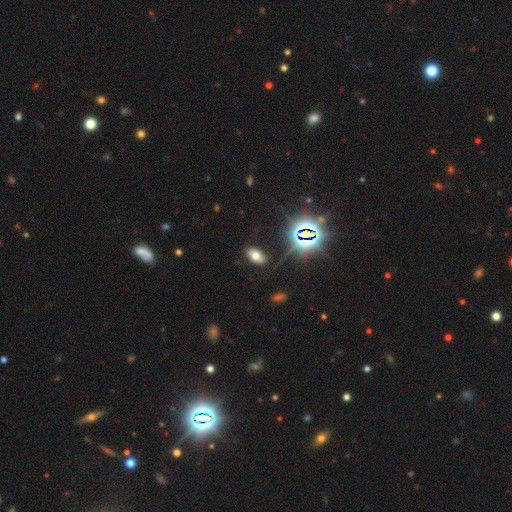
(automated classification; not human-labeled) The model was most divided on "smooth or featured": smooth: 54%, star or artifact: 29%, featured or disk: 17%. More confident: how rounded — in between (91%); merging — none (78%).